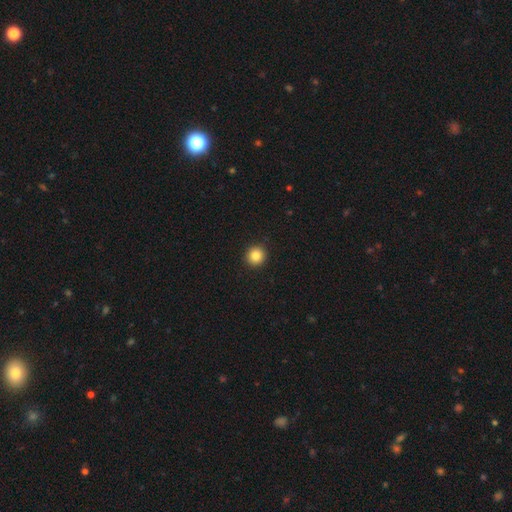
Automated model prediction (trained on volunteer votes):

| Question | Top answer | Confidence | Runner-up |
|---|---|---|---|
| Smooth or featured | smooth | 84% | star or artifact (10%) |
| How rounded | round | 93% | in between (6%) |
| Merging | none | 93% | minor disturbance (5%) |